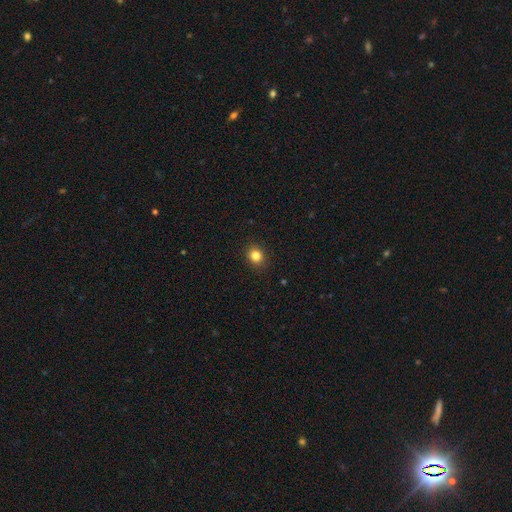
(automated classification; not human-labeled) This appears to be a smooth galaxy with no disk features (84%) that is round (76%). Merging: none (90%).